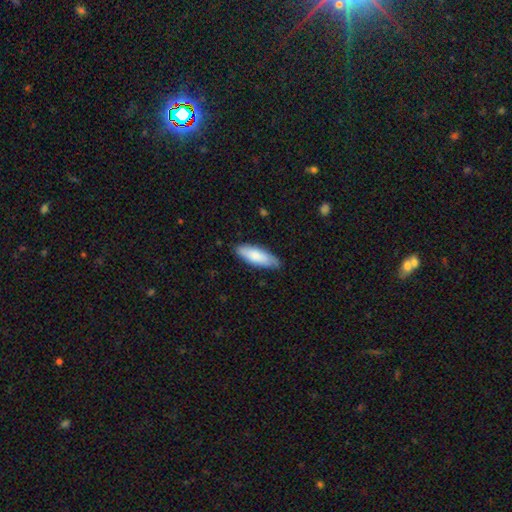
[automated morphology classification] This appears to be a smooth galaxy with no disk features (83%) that is in between round and cigar-shaped (62%). Merging: none (82%).